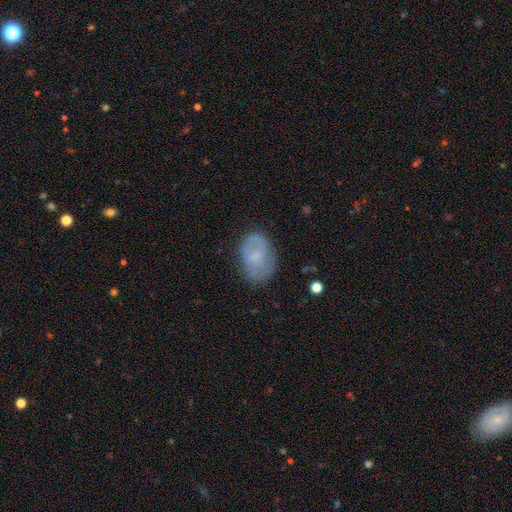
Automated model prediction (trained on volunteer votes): Smooth or featured: smooth — 50% (featured or disk — 41%)
How rounded: in between — 81% (round — 18%)
Merging: none — 64% (minor disturbance — 24%)